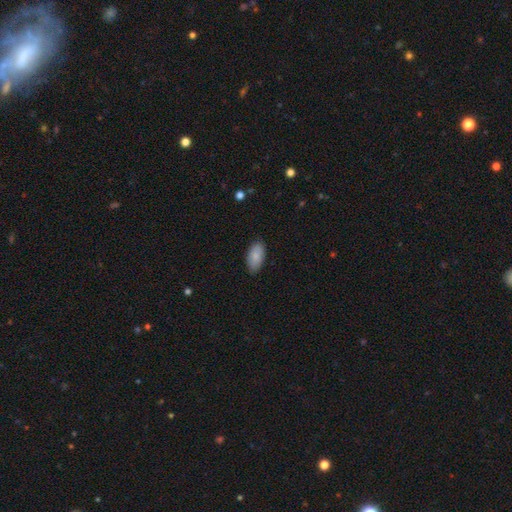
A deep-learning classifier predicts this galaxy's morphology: type=smooth (86%); roundness=in between (94%); merging=none (84%).